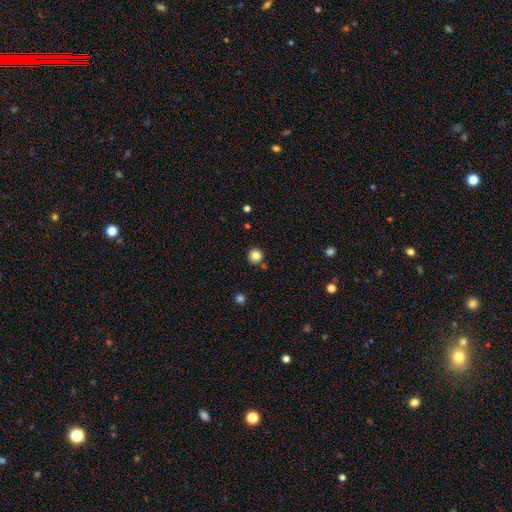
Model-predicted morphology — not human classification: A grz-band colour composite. It shows a smooth galaxy with no disk features (84%) that is round (94%). Merging: none (87%).